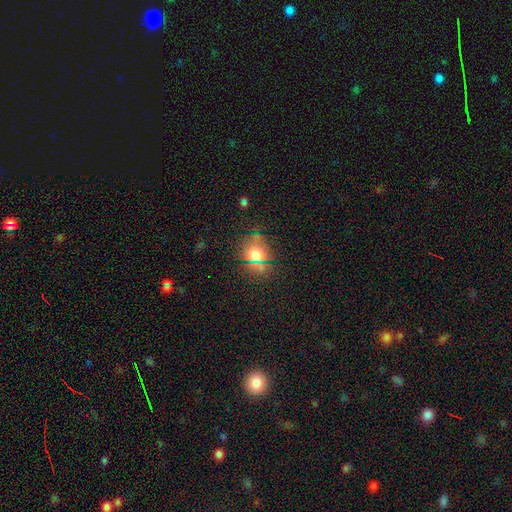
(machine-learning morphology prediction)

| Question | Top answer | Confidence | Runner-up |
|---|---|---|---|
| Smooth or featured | smooth | 68% | star or artifact (22%) |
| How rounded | round | 73% | in between (24%) |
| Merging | none | 79% | minor disturbance (13%) |